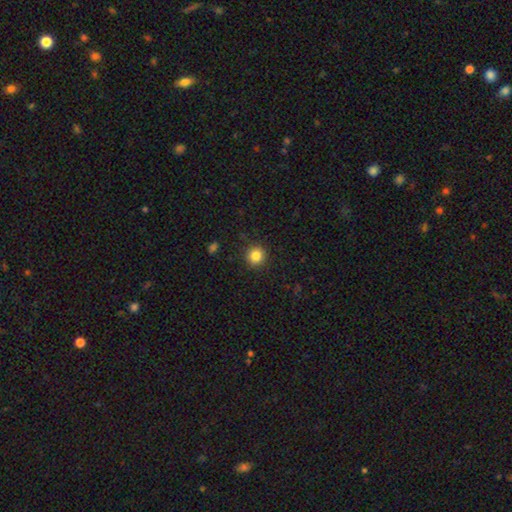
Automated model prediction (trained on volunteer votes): smooth-or-featured: smooth: 85% | star or artifact: 11% | featured or disk: 5%
  how-rounded: round: 93% | in between: 6% | cigar-shaped: 1%
  merging: none: 91% | minor disturbance: 6% | major disturbance: 2% | merger: 1%